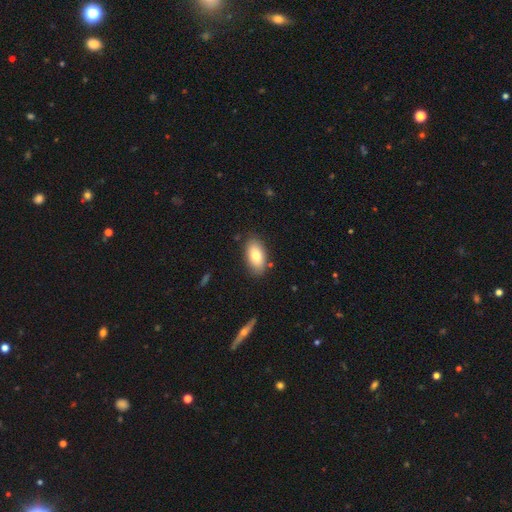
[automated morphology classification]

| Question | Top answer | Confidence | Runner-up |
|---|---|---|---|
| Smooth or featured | smooth | 78% | featured or disk (15%) |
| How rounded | in between | 93% | round (4%) |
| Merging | none | 84% | minor disturbance (11%) |